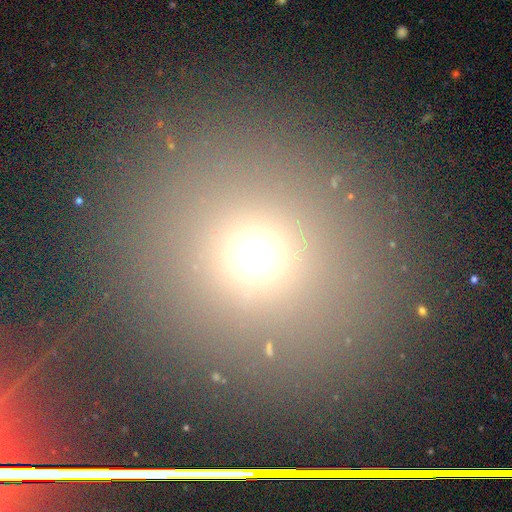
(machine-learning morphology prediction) smooth 66%, star or artifact 26%, featured or disk 8%. Down the decision tree: how rounded — round (88%); merging — none (85%).